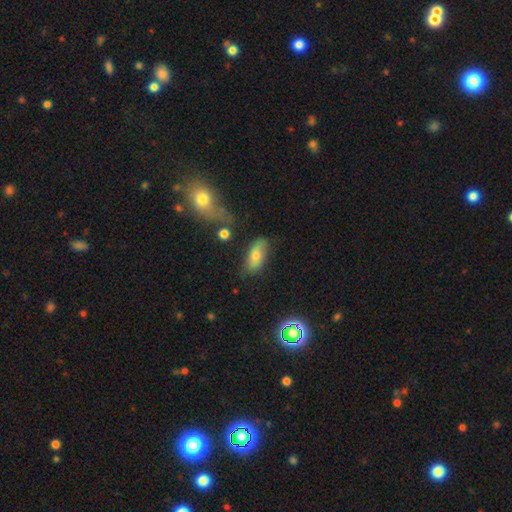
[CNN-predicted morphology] The model was most divided on "merging": none: 69%, minor disturbance: 19%, merger: 6%, major disturbance: 6%. More confident: how rounded — in between (85%); smooth or featured — smooth (71%).